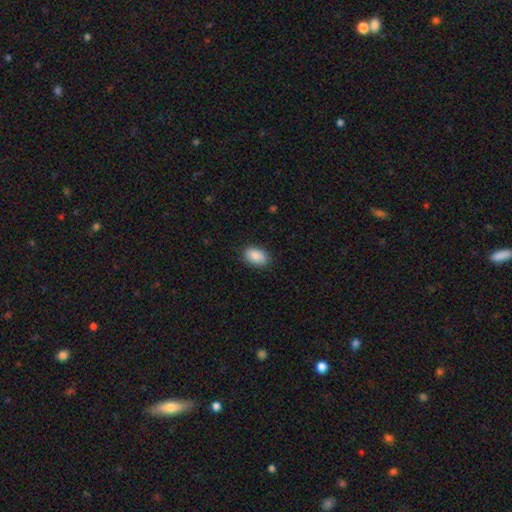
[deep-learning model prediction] This appears to be a smooth galaxy with no disk features (89%) that is in between round and cigar-shaped (90%). Merging: none (86%).